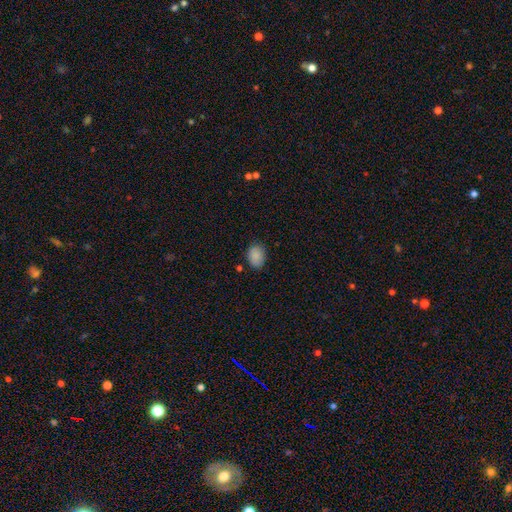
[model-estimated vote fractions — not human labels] This is clearly a smooth galaxy (88%). How rounded: likely in between (76%). Merging: likely none (79%).